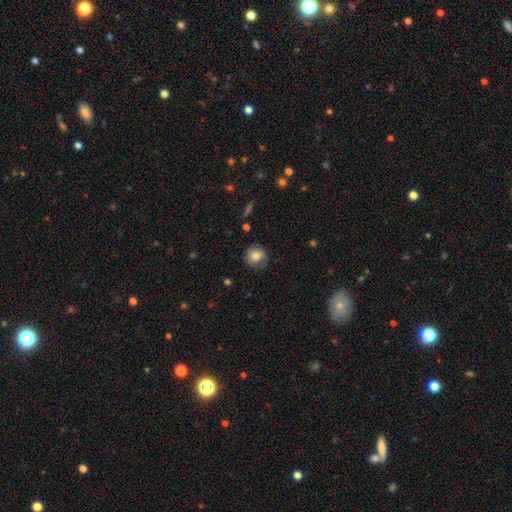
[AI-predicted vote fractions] Smooth or featured? Predicted: smooth (p=0.74). How rounded? Predicted: round (p=0.89). Merging? Predicted: none (p=0.75).